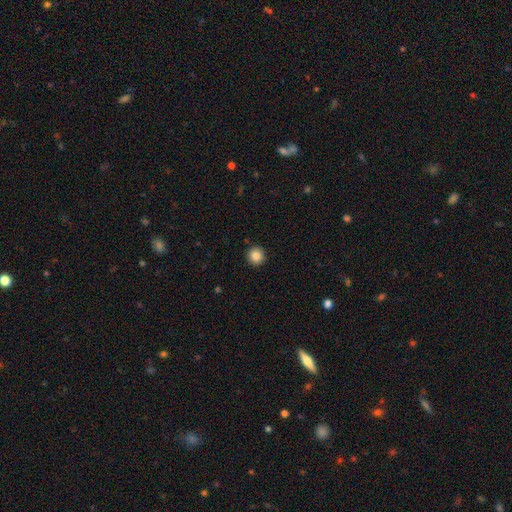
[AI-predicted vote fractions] This appears to be a smooth galaxy with no disk features (85%) that is round (95%). Merging: none (93%).